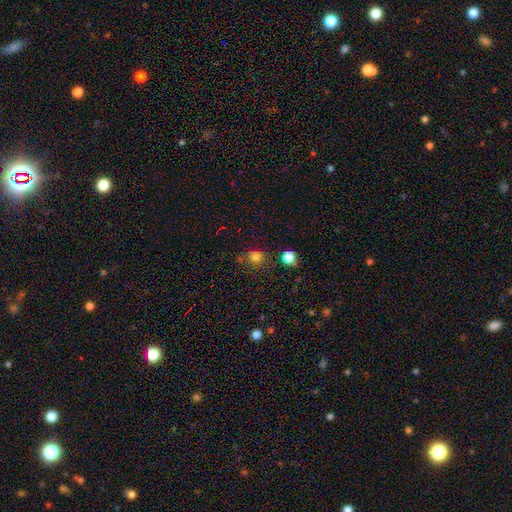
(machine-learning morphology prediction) This is likely a smooth galaxy (75%). How rounded: clearly round (83%). Merging: likely none (68%).